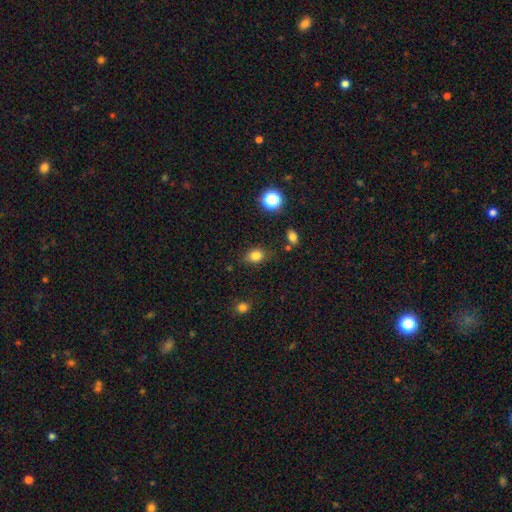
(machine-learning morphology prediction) Smooth or featured? smooth (82%)
How rounded? in between (58%)
Merging? none (80%)